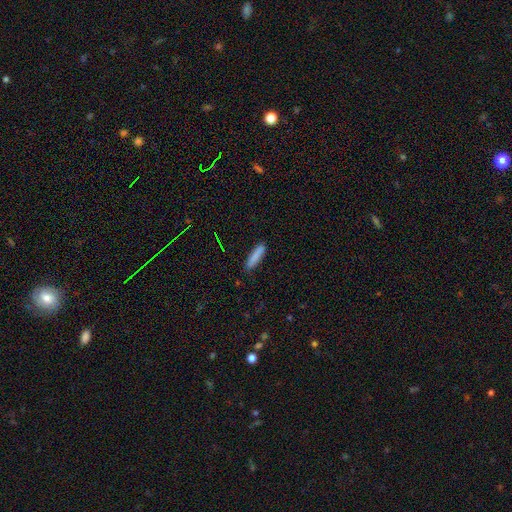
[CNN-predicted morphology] smooth 86%, featured or disk 7%, star or artifact 7%. Down the decision tree: how rounded — cigar-shaped (81%); merging — none (86%).